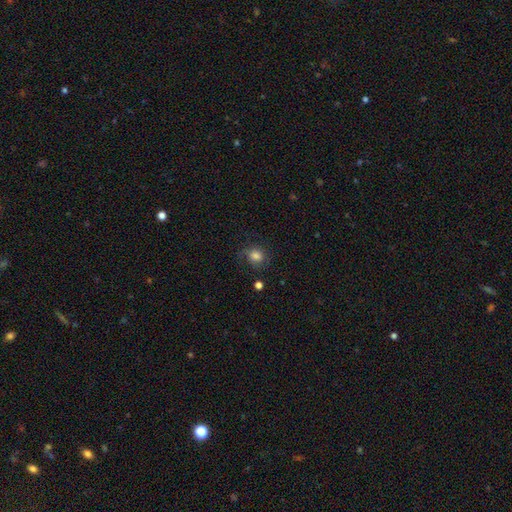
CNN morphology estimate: Smooth or featured? smooth (77%)
How rounded? round (77%)
Merging? none (70%)